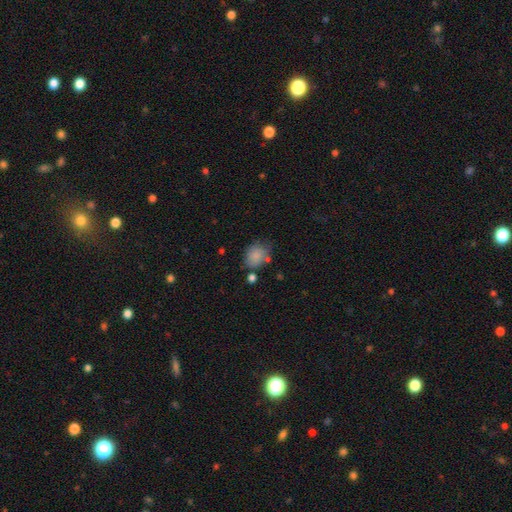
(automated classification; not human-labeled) Smooth or featured?
  - smooth: 84% *
  - star or artifact: 10%
  - featured or disk: 7%
How rounded?
  - round: 50% *
  - in between: 49%
  - cigar-shaped: 1%
Merging?
  - none: 61% *
  - minor disturbance: 23%
  - merger: 9%
  - major disturbance: 7%